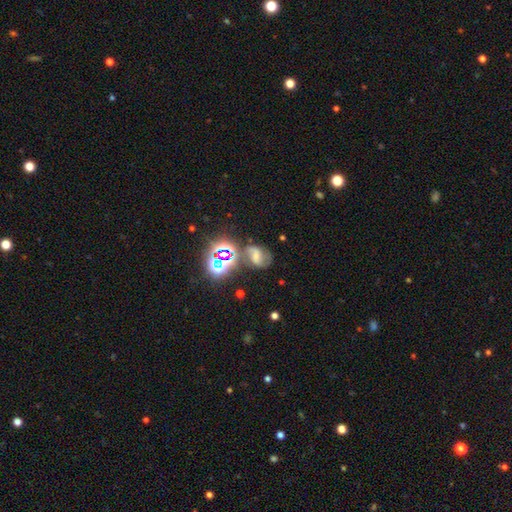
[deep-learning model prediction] Q: Smooth or featured?
A: featured or disk (52%); runner-up: star or artifact (25%)
Q: Edge-on disk?
A: no (97%); runner-up: yes (3%)
Q: Bar?
A: weak (40%); runner-up: strong (35%)
Q: Spiral arms?
A: yes (86%); runner-up: no (14%)
Q: Bulge size?
A: moderate (30%); runner-up: small (29%)
Q: Merging?
A: none (56%); runner-up: minor disturbance (20%)